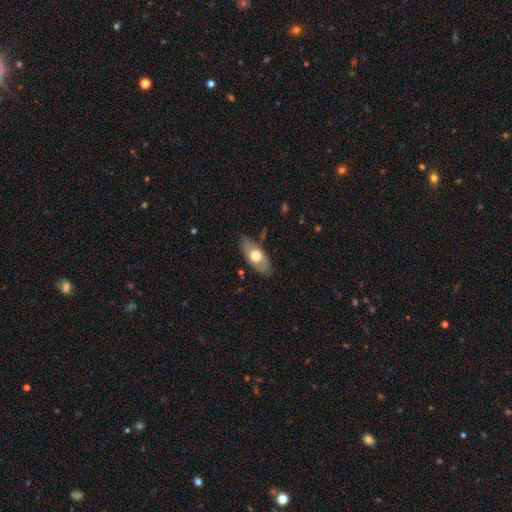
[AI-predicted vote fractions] smooth-or-featured: smooth: 53% | featured or disk: 41% | star or artifact: 6%
  how-rounded: in between: 87% | cigar-shaped: 7% | round: 6%
  merging: none: 76% | minor disturbance: 18% | major disturbance: 4% | merger: 2%